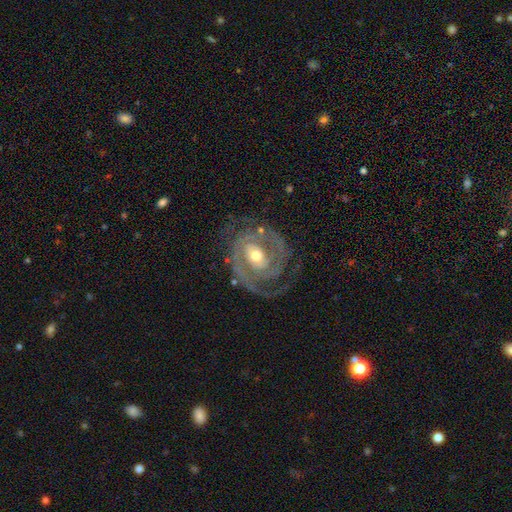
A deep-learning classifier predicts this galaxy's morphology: Smooth or featured?
  - featured or disk: 90% *
  - smooth: 5%
  - star or artifact: 4%
Edge-on disk?
  - no: 97% *
  - yes: 3%
Bar?
  - no: 59% *
  - weak: 30%
  - strong: 11%
Spiral arms?
  - yes: 96% *
  - no: 4%
Spiral winding?
  - tight: 62% *
  - medium: 31%
  - loose: 8%
Spiral arm count?
  - 2: 54% *
  - 3: 17%
  - can't tell: 14%
  - 1: 6%
  - 4: 5%
  - more than 4: 4%
Bulge size?
  - moderate: 69% *
  - small: 22%
  - large: 7%
  - dominant: 1%
  - none: 1%
Merging?
  - none: 69% *
  - minor disturbance: 17%
  - major disturbance: 12%
  - merger: 2%